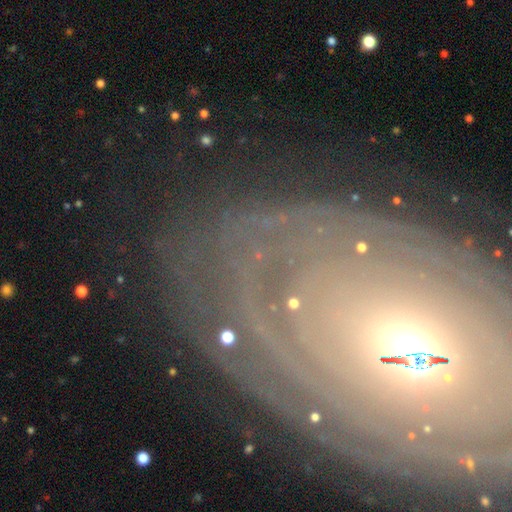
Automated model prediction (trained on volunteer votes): Overall: featured or disk (65%). Edge-on disk: no (89%). Bar: no (66%). Spiral arms: yes (64%; no 36%). Bulge size: moderate (56%; small 26%). Merging: none (76%).